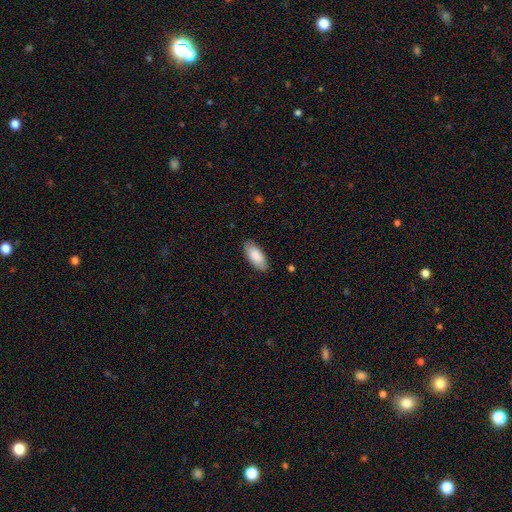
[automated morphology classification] Smooth or featured: smooth — 88% (featured or disk — 6%)
How rounded: in between — 88% (cigar-shaped — 10%)
Merging: none — 87% (minor disturbance — 10%)